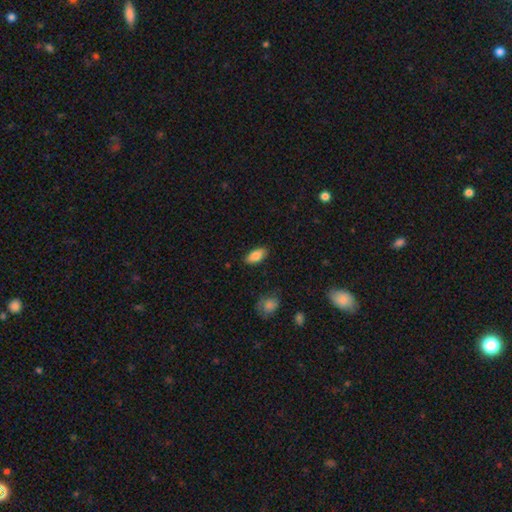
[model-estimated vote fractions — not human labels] Overall: smooth (84%). How rounded: in between (90%). Merging: none (86%).